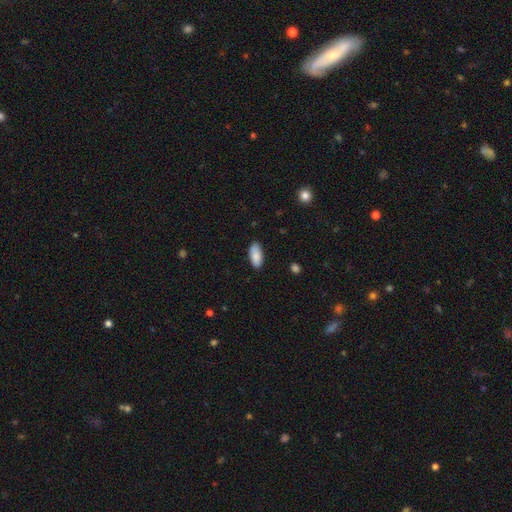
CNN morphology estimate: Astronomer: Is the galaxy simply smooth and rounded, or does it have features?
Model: smooth — 87%.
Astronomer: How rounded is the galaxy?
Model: in between — 88%.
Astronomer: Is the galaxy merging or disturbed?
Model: none — 85%.